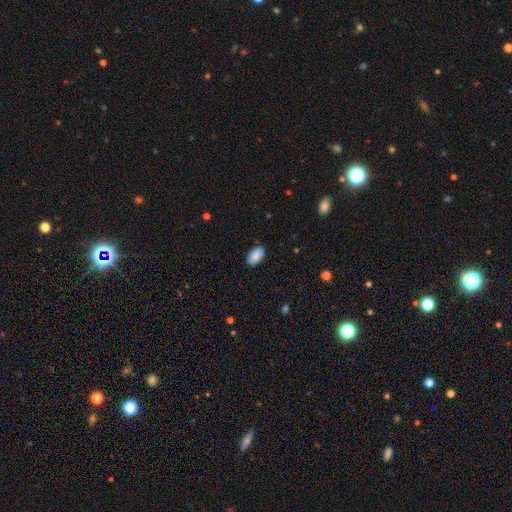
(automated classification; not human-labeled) Q: Smooth or featured?
A: smooth (89%); runner-up: star or artifact (7%)
Q: How rounded?
A: in between (94%); runner-up: round (5%)
Q: Merging?
A: none (88%); runner-up: minor disturbance (9%)